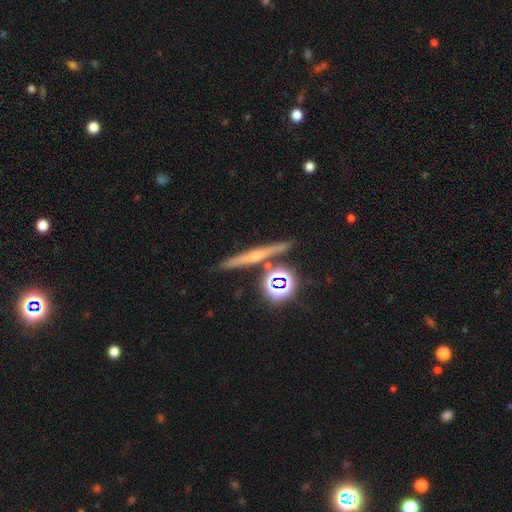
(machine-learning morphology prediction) Smooth or featured? Predicted: featured or disk (p=0.51). Edge-on disk? Predicted: yes (p=0.94). Merging? Predicted: none (p=0.84).